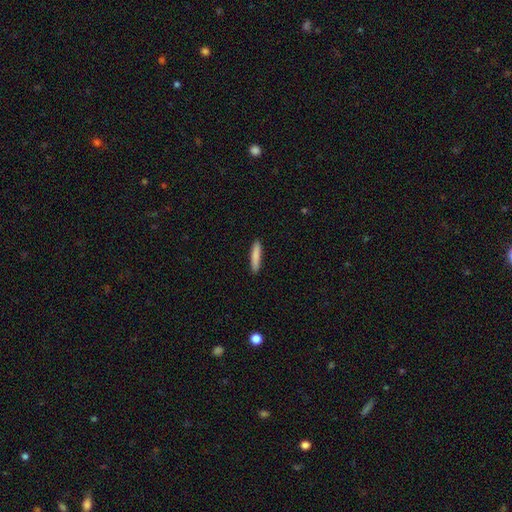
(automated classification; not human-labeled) A smooth galaxy with no disk features (85%) that is cigar-shaped (88%).

Vote fractions:
- Smooth or featured? smooth: 85% / featured or disk: 9% / star or artifact: 6%
- How rounded? cigar-shaped: 88% / in between: 11% / round: 1%
- Merging? none: 90% / minor disturbance: 7% / major disturbance: 2% / merger: 1%